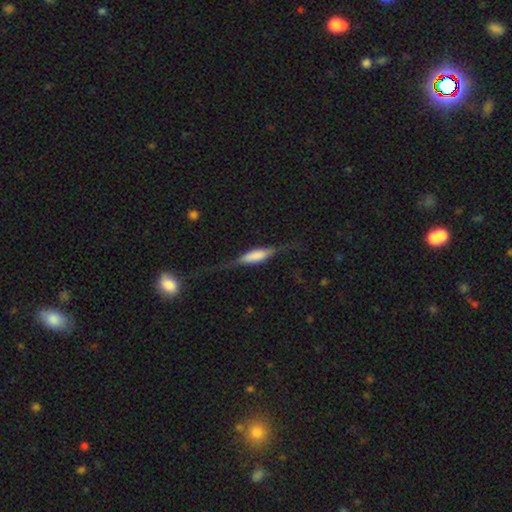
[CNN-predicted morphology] A featured or disk galaxy (48%).

Vote fractions:
- Smooth or featured? featured or disk: 48% / smooth: 45% / star or artifact: 7%
- Merging? none: 56% / minor disturbance: 22% / major disturbance: 20% / merger: 3%